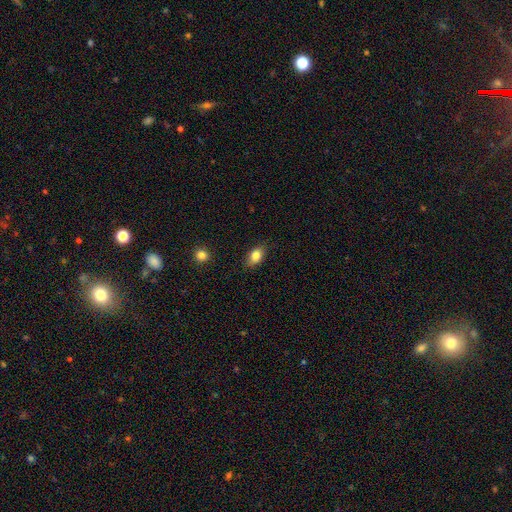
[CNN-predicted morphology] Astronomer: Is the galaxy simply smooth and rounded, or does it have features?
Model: smooth — 83%.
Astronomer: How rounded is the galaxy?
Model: in between — 83%.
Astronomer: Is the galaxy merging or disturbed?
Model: none — 84%.